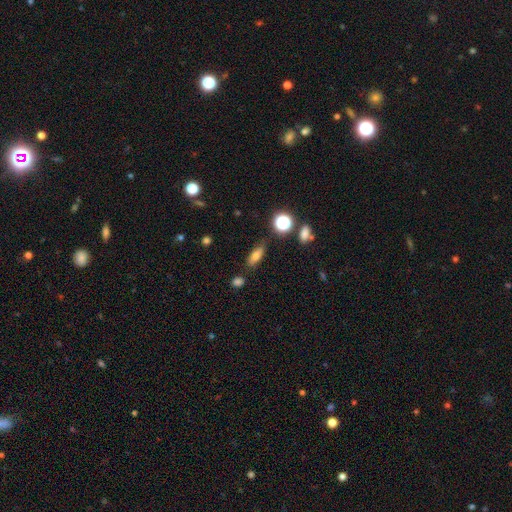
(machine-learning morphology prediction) Overall: smooth (70%). How rounded: in between (64%; cigar-shaped 28%). Merging: none (79%).